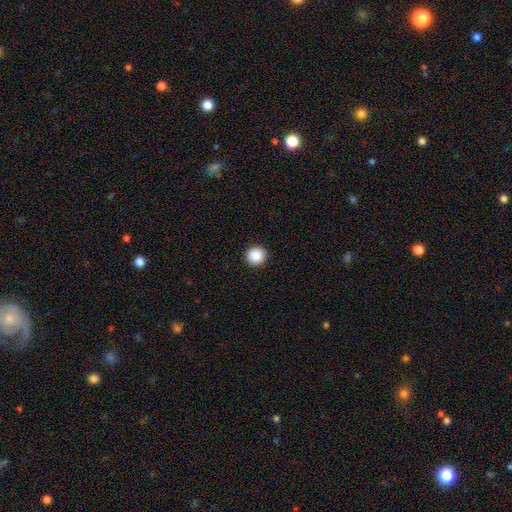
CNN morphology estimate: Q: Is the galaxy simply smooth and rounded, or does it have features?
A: smooth — 88%.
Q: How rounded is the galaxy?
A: round — 95%.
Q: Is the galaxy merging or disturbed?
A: none — 93%.